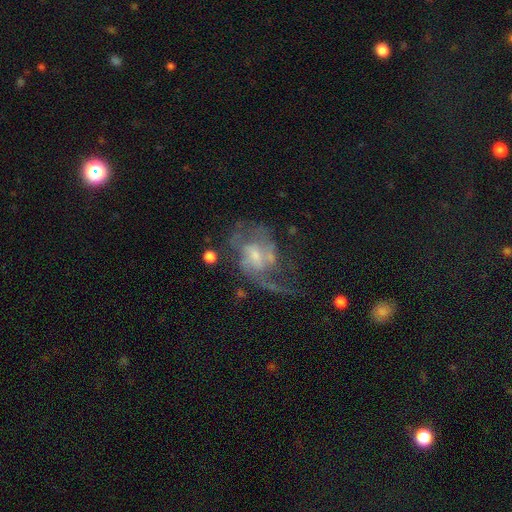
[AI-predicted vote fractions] Smooth or featured?
  - featured or disk: 76% *
  - smooth: 15%
  - star or artifact: 9%
Edge-on disk?
  - no: 97% *
  - yes: 3%
Bar?
  - no: 45% * (tied)
  - weak: 45% * (tied)
  - strong: 10%
Spiral arms?
  - yes: 77% *
  - no: 23%
Spiral winding?
  - loose: 45% *
  - medium: 40%
  - tight: 15%
Spiral arm count?
  - 2: 42% *
  - can't tell: 23%
  - 1: 20%
  - 3: 8%
  - 4: 3%
  - more than 4: 3%
Bulge size?
  - small: 53% *
  - moderate: 32%
  - none: 10%
  - large: 4%
  - dominant: 1%
Merging?
  - major disturbance: 44% *
  - none: 33%
  - minor disturbance: 16%
  - merger: 7%